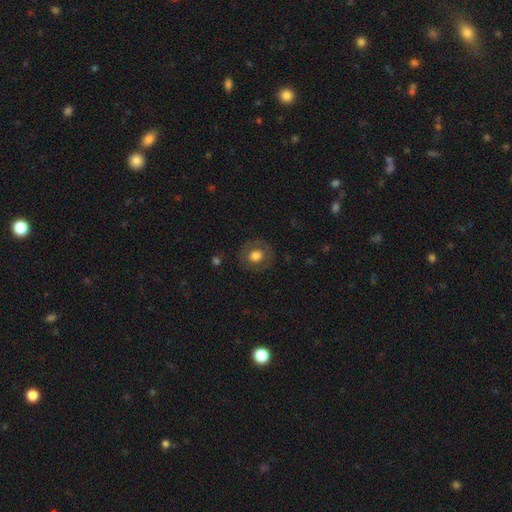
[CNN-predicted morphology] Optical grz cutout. It shows a smooth galaxy with no disk features (64%) that is round (80%). Merging: none (83%).